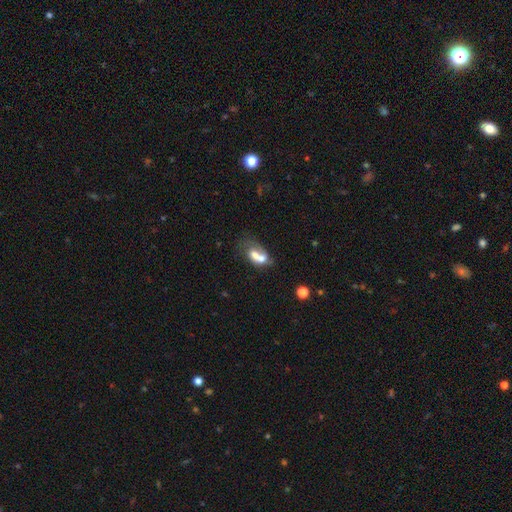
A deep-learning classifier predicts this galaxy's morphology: smooth 58%, featured or disk 32%, star or artifact 10%. Down the decision tree: how rounded — in between (79%); merging — merger (59%).